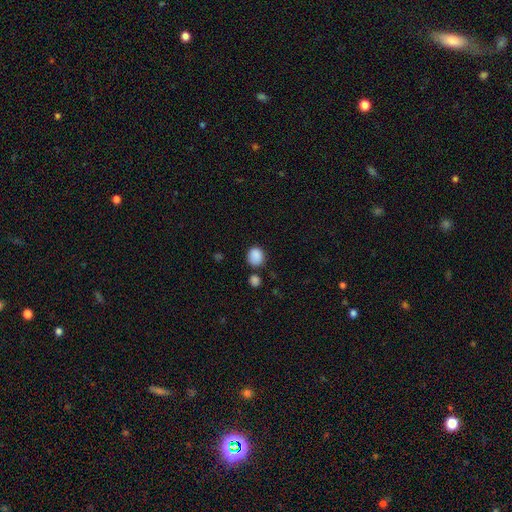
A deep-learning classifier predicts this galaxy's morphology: Smooth or featured? smooth (88%)
How rounded? round (73%)
Merging? none (72%)